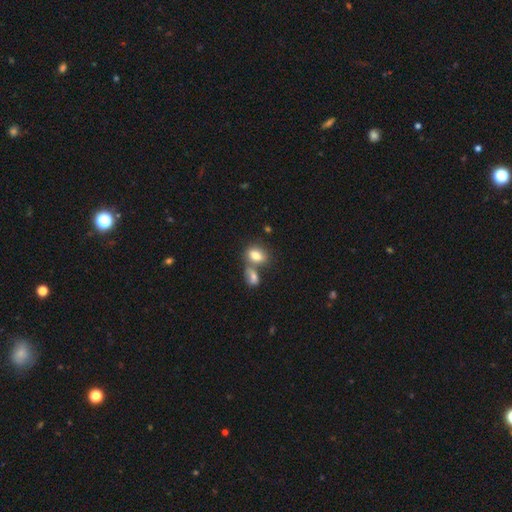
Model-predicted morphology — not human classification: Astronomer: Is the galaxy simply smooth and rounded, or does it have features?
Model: smooth — 80%.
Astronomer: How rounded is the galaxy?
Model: in between — 83%.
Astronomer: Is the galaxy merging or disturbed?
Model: merger — 45% (runner-up: none, 40%).